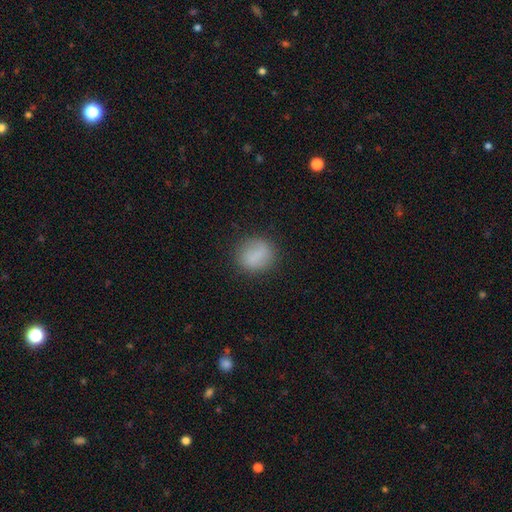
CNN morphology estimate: Overall: smooth (81%). How rounded: round (76%). Merging: none (82%).